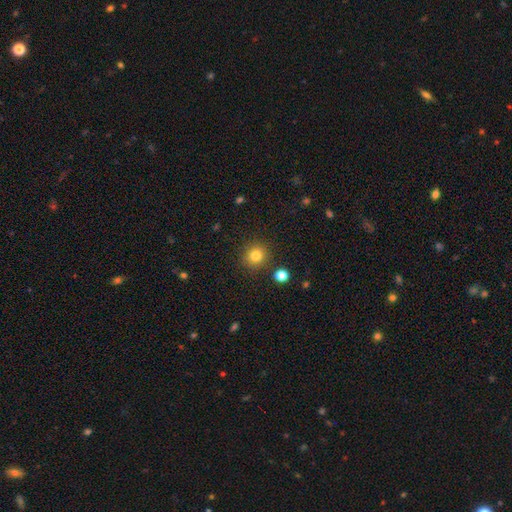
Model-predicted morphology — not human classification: Overall: smooth (81%). How rounded: round (90%). Merging: none (88%).